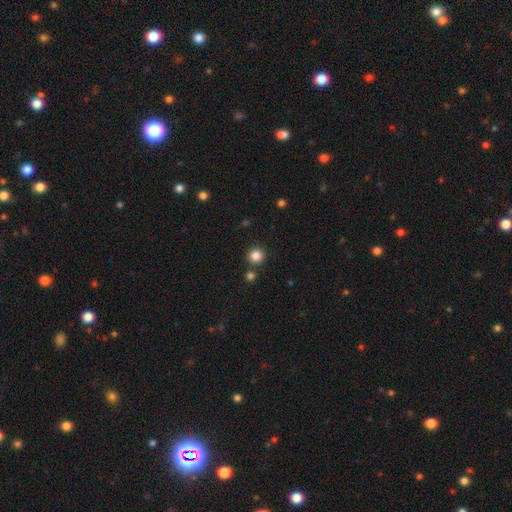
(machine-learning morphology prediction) A smooth galaxy with no disk features (85%) that is round (95%).

Vote fractions:
- Smooth or featured? smooth: 85% / star or artifact: 12% / featured or disk: 4%
- How rounded? round: 95% / in between: 5% / cigar-shaped: 1%
- Merging? none: 85% / merger: 7% / minor disturbance: 6% / major disturbance: 2%